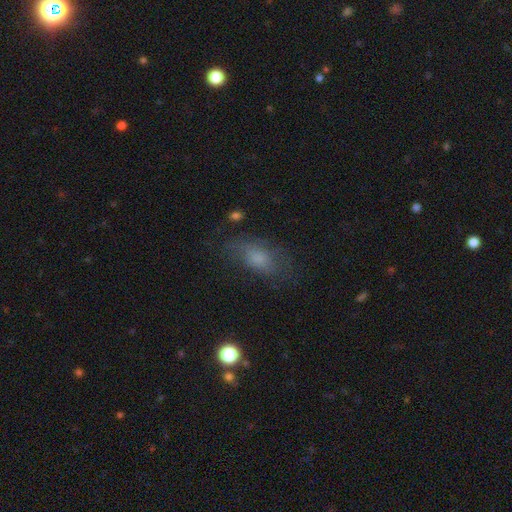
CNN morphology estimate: Smooth or featured? Predicted: smooth (p=0.57). How rounded? Predicted: in between (p=0.81). Merging? Predicted: none (p=0.63).